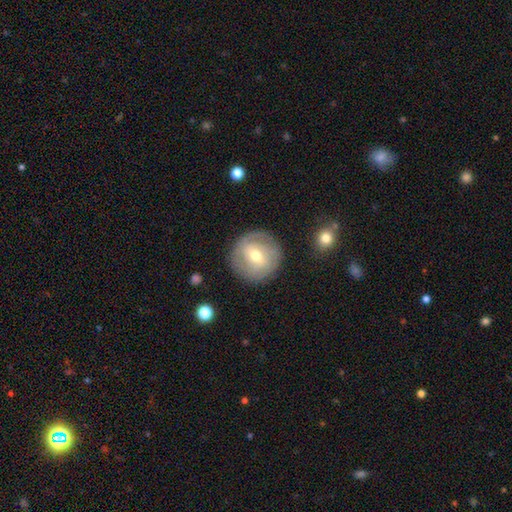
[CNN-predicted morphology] Q: Smooth or featured?
A: featured or disk (63%); runner-up: smooth (30%)
Q: Edge-on disk?
A: no (96%); runner-up: yes (4%)
Q: Bar?
A: weak (50%); runner-up: no (32%)
Q: Spiral arms?
A: yes (76%); runner-up: no (24%)
Q: Bulge size?
A: moderate (62%); runner-up: small (33%)
Q: Merging?
A: none (84%); runner-up: minor disturbance (10%)